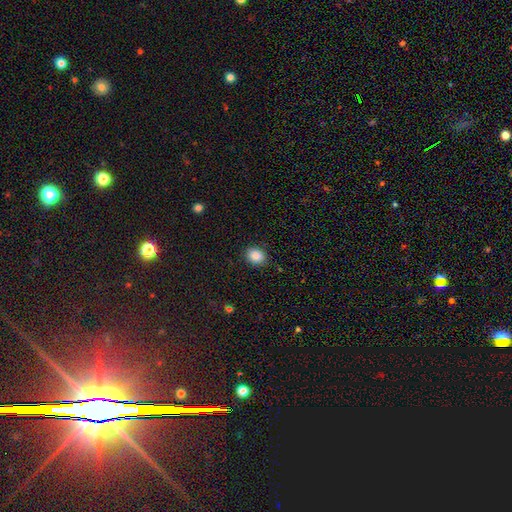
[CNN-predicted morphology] A smooth galaxy with no disk features (87%) that is round (54%).

Vote fractions:
- Smooth or featured? smooth: 87% / star or artifact: 9% / featured or disk: 4%
- How rounded? round: 54% / in between: 45% / cigar-shaped: 1%
- Merging? none: 87% / minor disturbance: 9% / major disturbance: 3% / merger: 1%